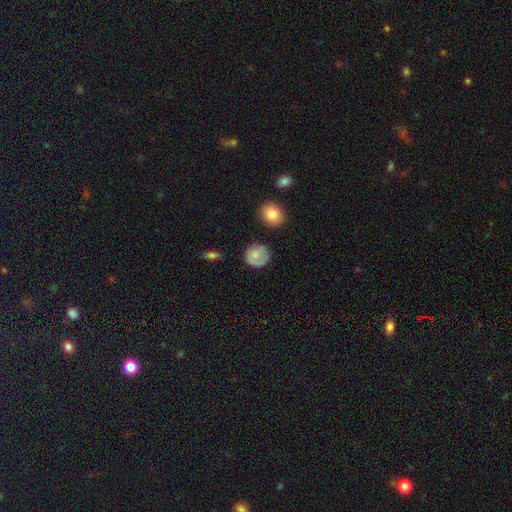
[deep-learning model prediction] A smooth galaxy with no disk features (76%) that is round (86%). Merging: none (72%).